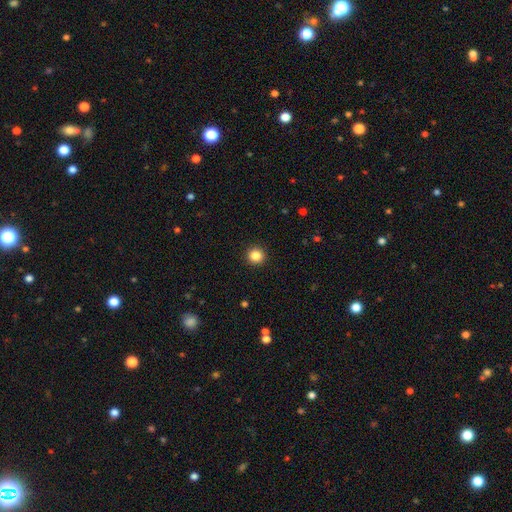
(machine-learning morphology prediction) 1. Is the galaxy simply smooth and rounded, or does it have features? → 86% smooth, 11% star or artifact, 4% featured or disk.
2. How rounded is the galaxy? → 94% round, 5% in between, 1% cigar-shaped.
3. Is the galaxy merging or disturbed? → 93% none, 4% minor disturbance, 2% major disturbance, 1% merger.